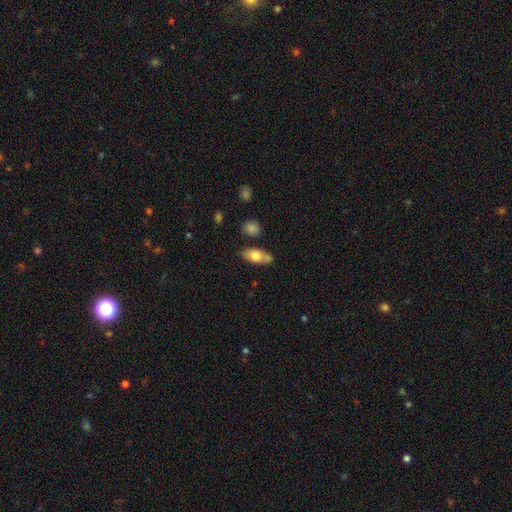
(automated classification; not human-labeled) Smooth or featured? smooth (71%)
How rounded? in between (84%)
Merging? none (68%)